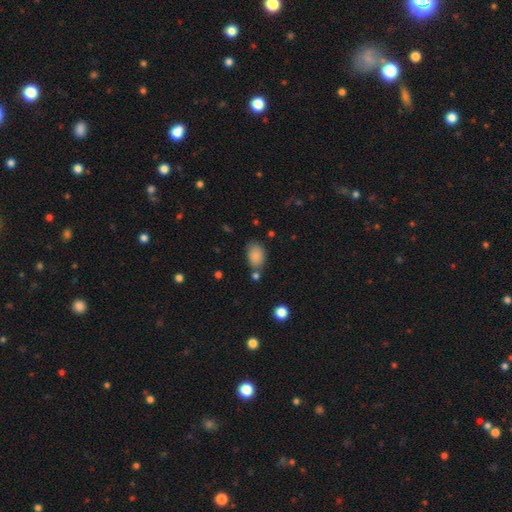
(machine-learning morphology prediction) Smooth or featured? smooth (87%)
How rounded? in between (84%)
Merging? none (65%)